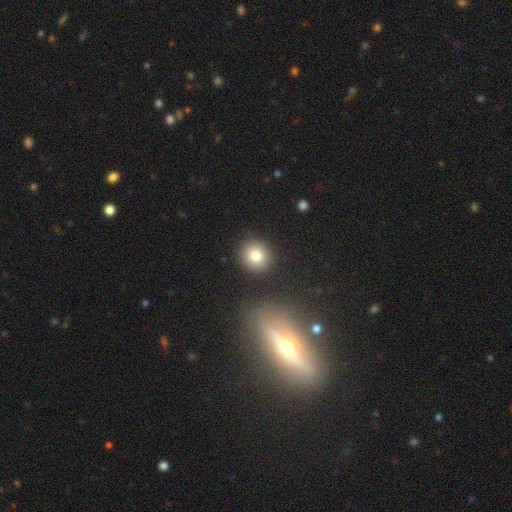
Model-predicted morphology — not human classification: smooth-or-featured: smooth: 82% | star or artifact: 10% | featured or disk: 8%
  how-rounded: round: 86% | in between: 13% | cigar-shaped: 1%
  merging: none: 88% | minor disturbance: 7% | merger: 3% | major disturbance: 2%